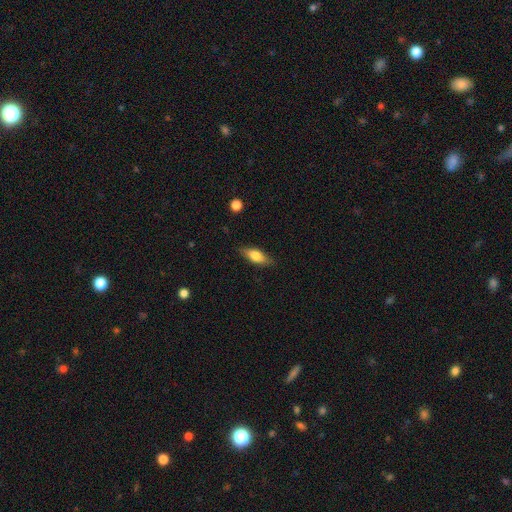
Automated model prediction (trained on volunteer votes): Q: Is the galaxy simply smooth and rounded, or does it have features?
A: smooth — 71%.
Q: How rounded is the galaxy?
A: in between — 71%.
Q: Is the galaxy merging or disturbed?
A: none — 83%.